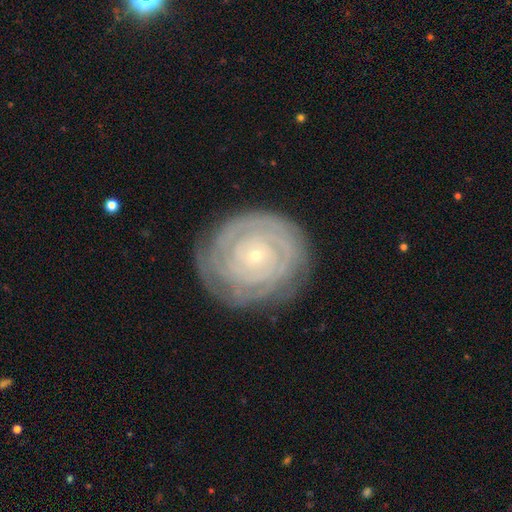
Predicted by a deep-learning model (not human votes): The model was most divided on "spiral arm count": can't tell: 37%, 2: 20%, 3: 15%, 4: 13%, more than 4: 8%, 1: 7%. More confident: edge-on disk — no (97%); spiral arms — yes (94%); spiral winding — tight (90%); bulge size — small (86%); smooth or featured — featured or disk (83%); bar — no (81%); merging — none (80%).